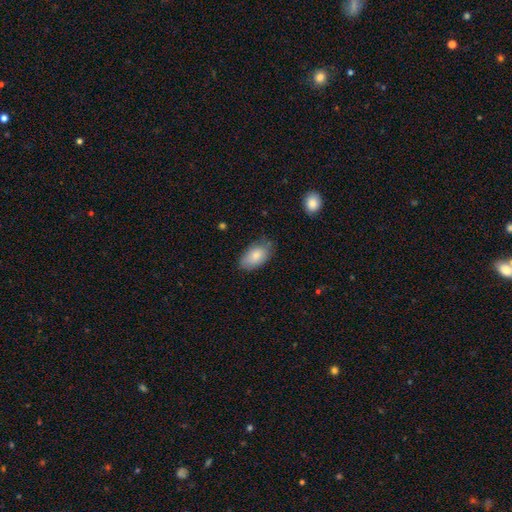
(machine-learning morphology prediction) This appears to be a smooth galaxy with no disk features (81%) that is in between round and cigar-shaped (94%). Merging: none (70%).